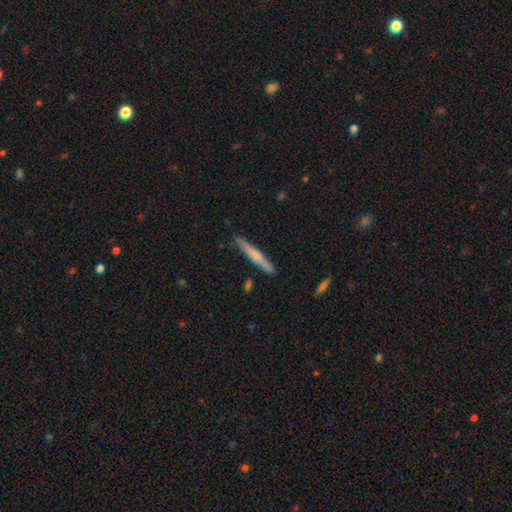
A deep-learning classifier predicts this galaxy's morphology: A smooth galaxy with no disk features (52%) that is cigar-shaped (96%). Merging: none (88%).